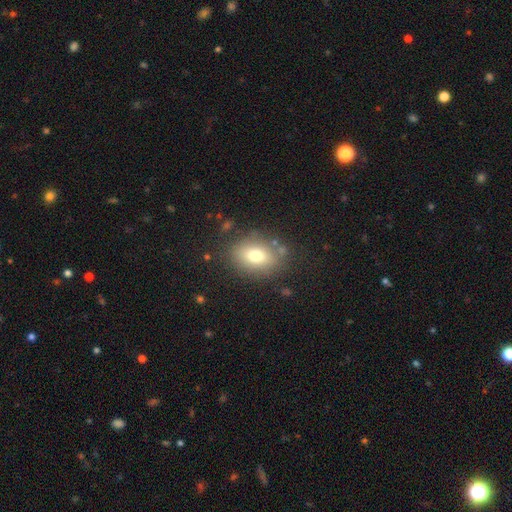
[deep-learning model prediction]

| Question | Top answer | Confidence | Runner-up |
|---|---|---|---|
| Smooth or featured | smooth | 74% | featured or disk (15%) |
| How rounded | in between | 65% | round (33%) |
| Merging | none | 79% | minor disturbance (13%) |